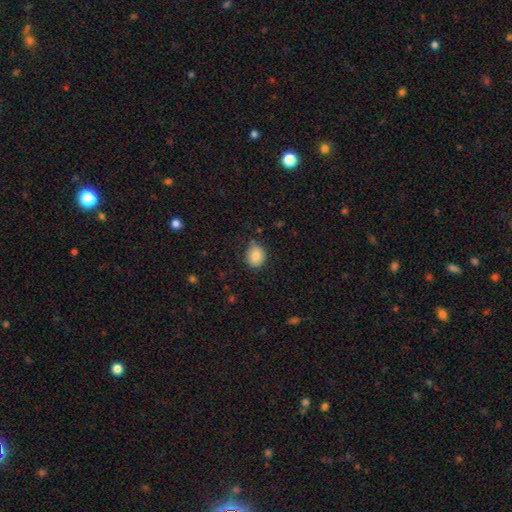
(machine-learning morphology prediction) smooth_or_featured: smooth (p=0.83) [alt: star or artifact p=0.09]
how_rounded: round (p=0.62) [alt: in between p=0.38]
merging: none (p=0.76) [alt: minor disturbance p=0.19]